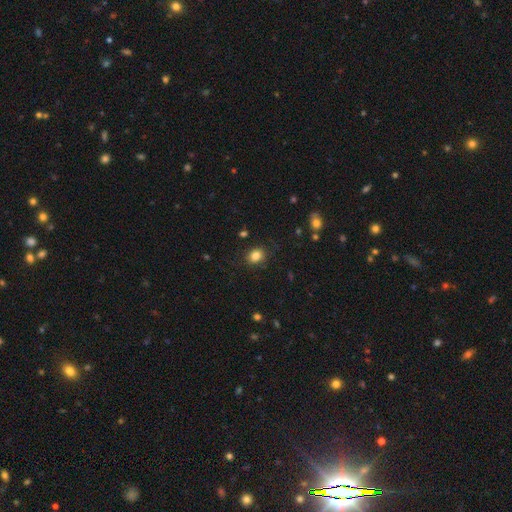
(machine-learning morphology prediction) This appears to be a smooth galaxy with no disk features (84%) that is in between round and cigar-shaped (50%). Merging: none (85%).